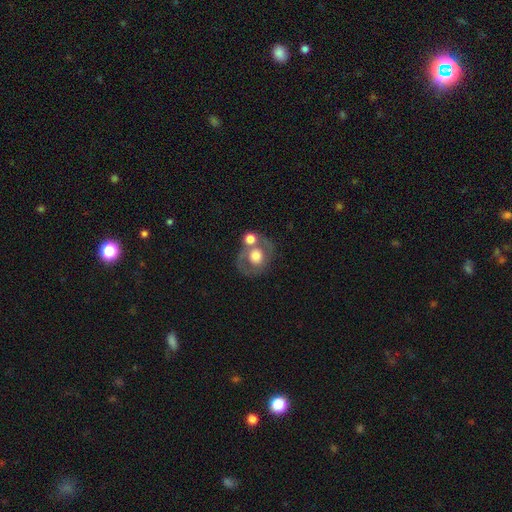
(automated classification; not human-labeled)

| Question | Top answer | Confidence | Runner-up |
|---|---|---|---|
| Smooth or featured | smooth | 46% | featured or disk (45%) |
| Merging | none | 47% | merger (32%) |